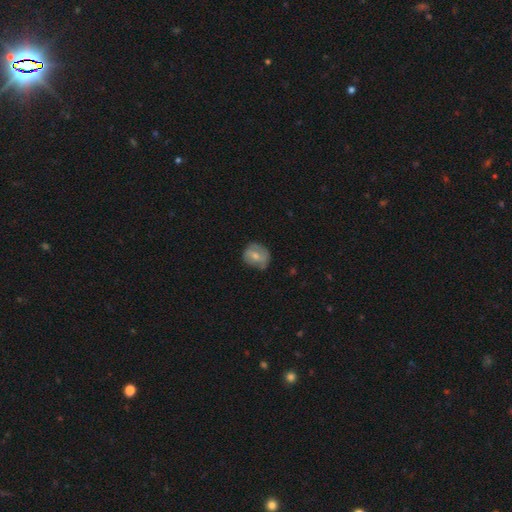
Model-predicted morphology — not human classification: This appears to be a smooth galaxy with no disk features (59%) that is round (71%). Merging: none (63%).